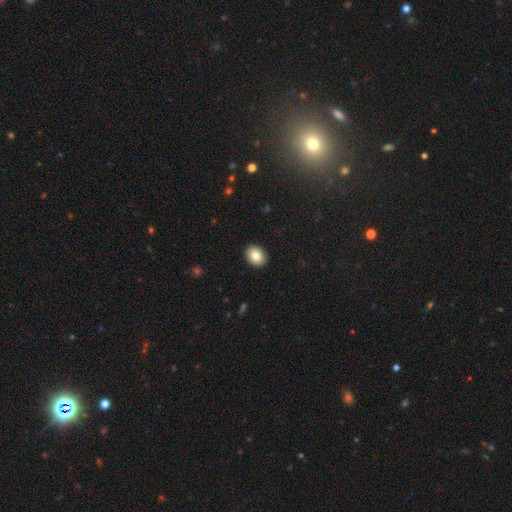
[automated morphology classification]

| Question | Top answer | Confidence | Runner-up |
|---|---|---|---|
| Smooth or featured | smooth | 82% | featured or disk (9%) |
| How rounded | in between | 62% | round (37%) |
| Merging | none | 91% | minor disturbance (6%) |